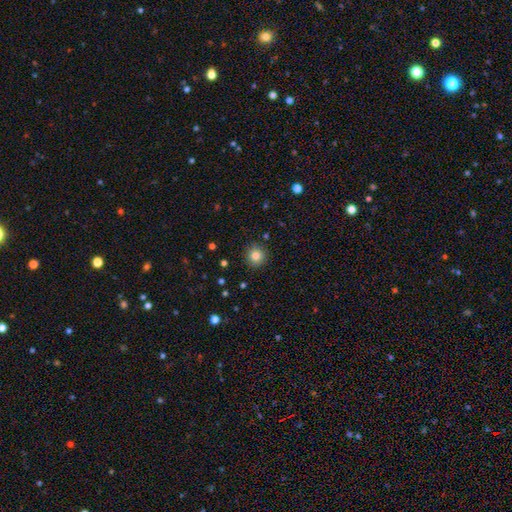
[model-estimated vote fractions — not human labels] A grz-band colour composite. It shows a smooth galaxy with no disk features (83%) that is round (93%). Merging: none (89%).